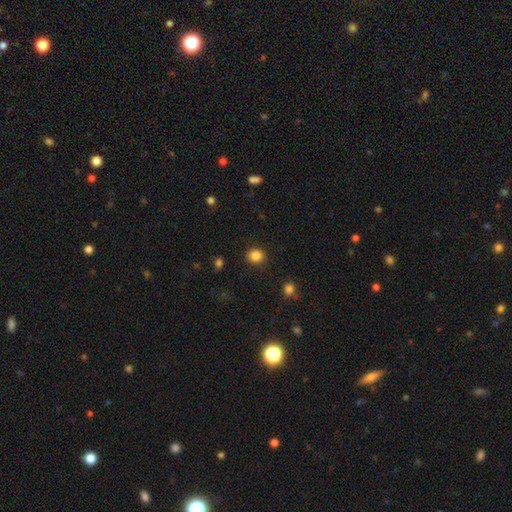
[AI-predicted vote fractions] This appears to be a smooth galaxy with no disk features (86%) that is round (81%). Merging: none (90%).